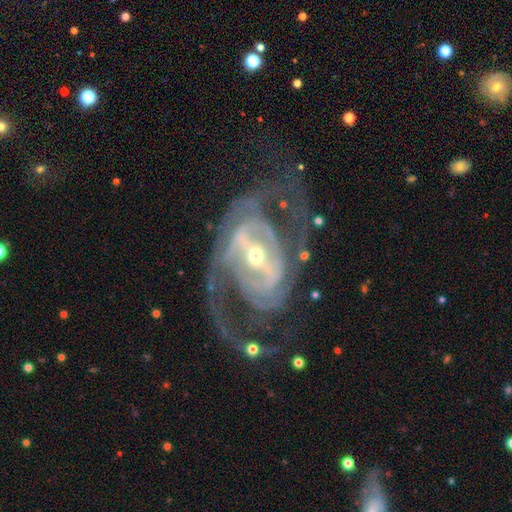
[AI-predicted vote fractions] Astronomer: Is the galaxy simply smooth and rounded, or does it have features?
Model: featured or disk — 90%.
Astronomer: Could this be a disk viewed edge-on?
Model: no — 96%.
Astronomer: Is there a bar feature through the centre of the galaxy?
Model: strong — 57%.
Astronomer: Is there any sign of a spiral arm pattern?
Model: yes — 93%.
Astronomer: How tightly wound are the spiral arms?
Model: medium — 47% (runner-up: tight, 35%).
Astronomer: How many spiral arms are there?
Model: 2 — 63%.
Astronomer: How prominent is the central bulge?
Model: small — 55% (runner-up: moderate, 40%).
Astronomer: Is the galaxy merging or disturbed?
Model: none — 57%.